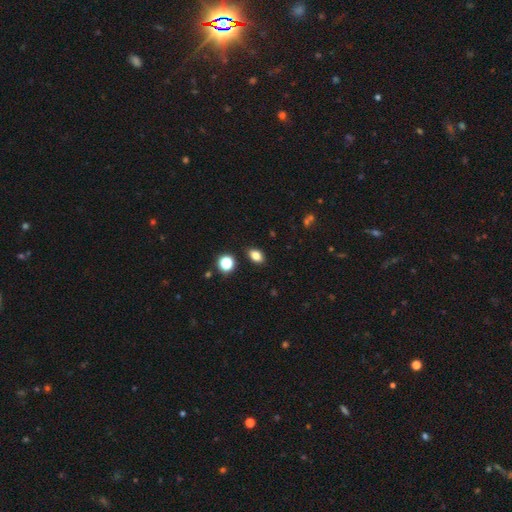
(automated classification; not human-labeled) Morphology: type=smooth (82%); roundness=in between (79%); merging=none (86%).